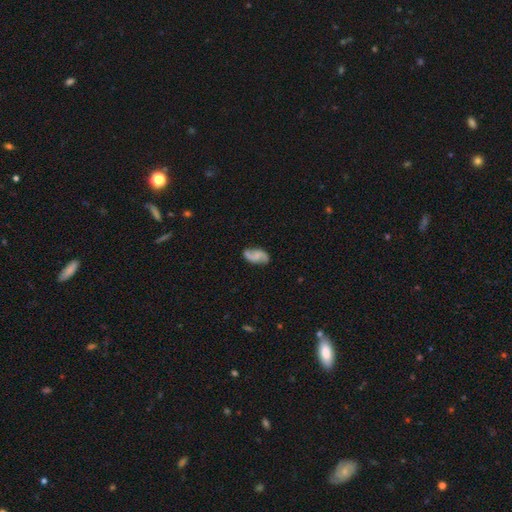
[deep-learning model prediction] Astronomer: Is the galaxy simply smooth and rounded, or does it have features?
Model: featured or disk — 73%.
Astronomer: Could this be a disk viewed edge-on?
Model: no — 97%.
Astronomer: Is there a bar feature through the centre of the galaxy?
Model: no — 46% (runner-up: weak, 40%).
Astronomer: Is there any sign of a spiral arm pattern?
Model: yes — 94%.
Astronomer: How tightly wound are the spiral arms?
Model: loose — 61%.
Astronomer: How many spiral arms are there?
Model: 2 — 92%.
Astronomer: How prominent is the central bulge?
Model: none — 57%.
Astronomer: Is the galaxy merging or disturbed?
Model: none — 75%.